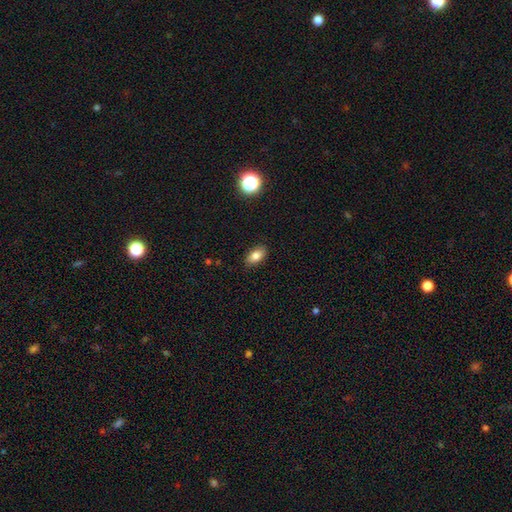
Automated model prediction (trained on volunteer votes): This is clearly a smooth galaxy (81%). How rounded: clearly in between (89%). Merging: clearly none (88%).